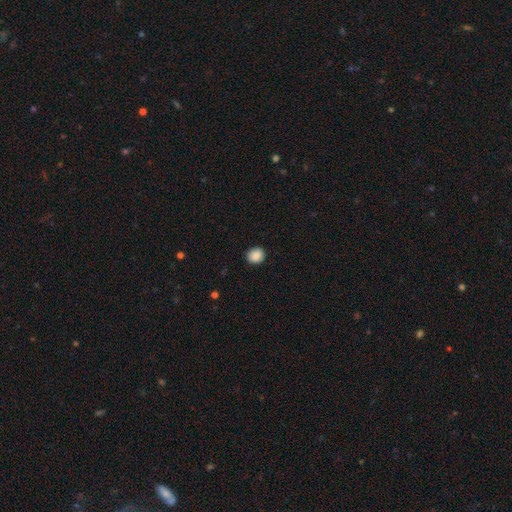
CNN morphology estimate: This appears to be a smooth galaxy with no disk features (88%) that is round (77%). Merging: none (89%).